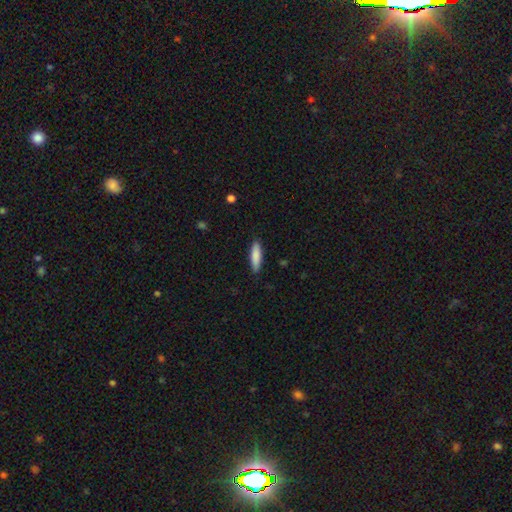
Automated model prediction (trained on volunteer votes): smooth_or_featured: smooth (p=0.84) [alt: featured or disk p=0.10]
how_rounded: cigar-shaped (p=0.70) [alt: in between p=0.29]
merging: none (p=0.87) [alt: minor disturbance p=0.10]